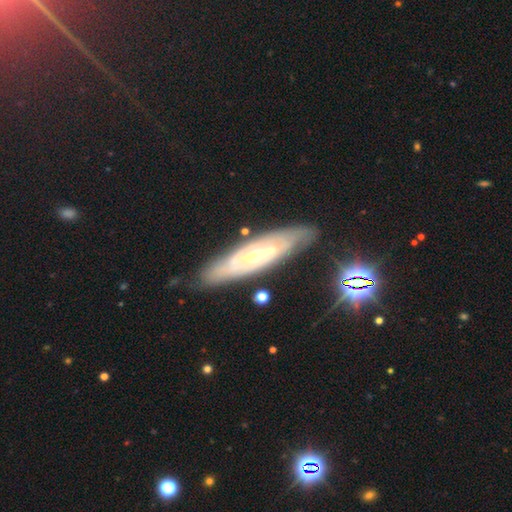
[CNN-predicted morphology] Overall: featured or disk (76%). Edge-on disk: no (69%; yes 31%). Bar: strong (40%; weak 37%). Spiral arms: yes (73%). Bulge size: small (57%; moderate 37%). Merging: none (79%).